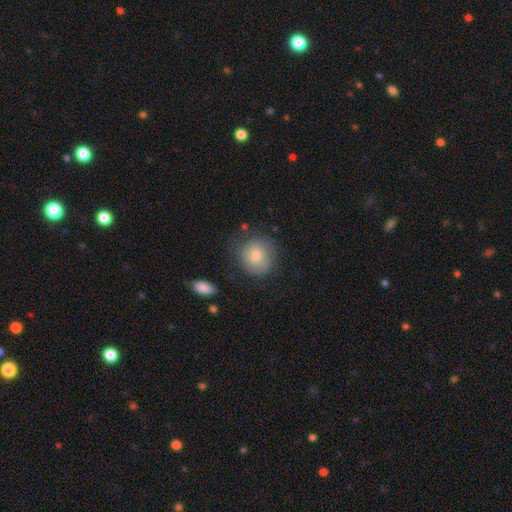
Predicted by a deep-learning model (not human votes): Smooth or featured: smooth — 71% (featured or disk — 22%)
How rounded: round — 82% (in between — 17%)
Merging: none — 69% (minor disturbance — 21%)